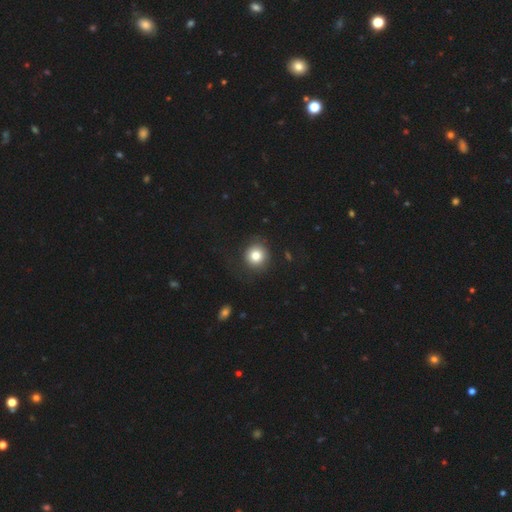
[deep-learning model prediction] smooth_or_featured: smooth (p=0.80) [alt: star or artifact p=0.10]
how_rounded: round (p=0.93) [alt: in between p=0.06]
merging: none (p=0.84) [alt: minor disturbance p=0.09]